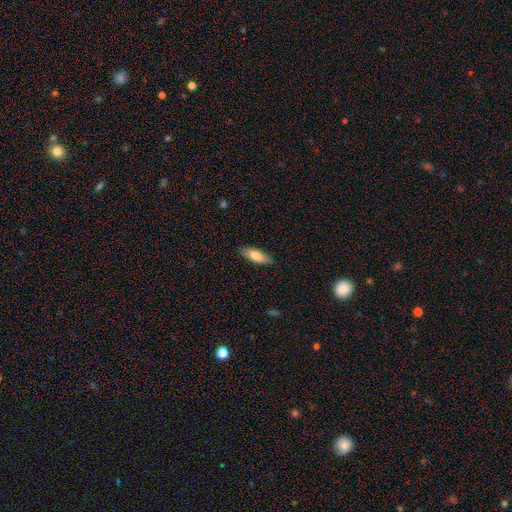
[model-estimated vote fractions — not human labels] Overall: smooth (79%). How rounded: in between (70%). Merging: none (87%).